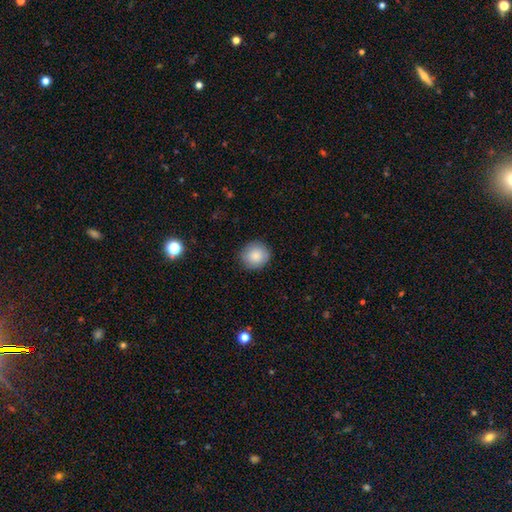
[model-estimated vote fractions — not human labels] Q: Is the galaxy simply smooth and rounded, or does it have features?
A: smooth — 85%.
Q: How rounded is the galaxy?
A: round — 84%.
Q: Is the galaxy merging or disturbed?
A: none — 88%.